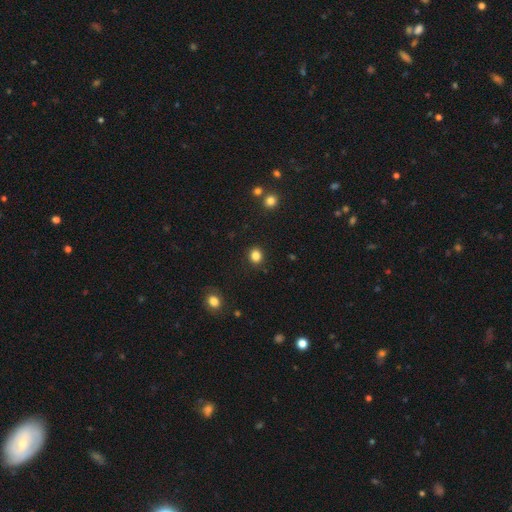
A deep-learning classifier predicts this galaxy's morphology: This appears to be a smooth galaxy with no disk features (84%) that is round (71%). Merging: none (89%).